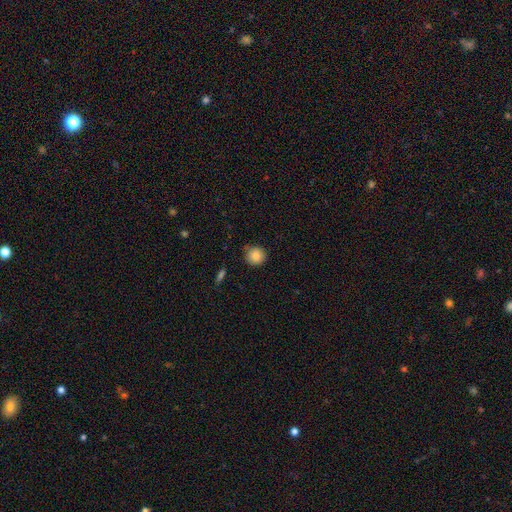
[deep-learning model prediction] Morphology: type=smooth (85%); roundness=round (92%); merging=none (83%).